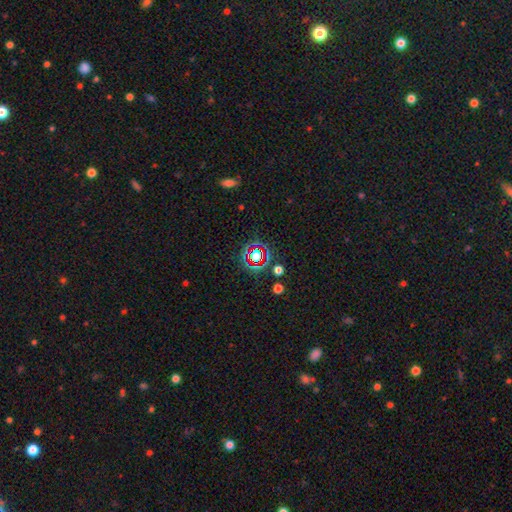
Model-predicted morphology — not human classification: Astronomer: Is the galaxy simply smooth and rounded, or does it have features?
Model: star or artifact — 66%.